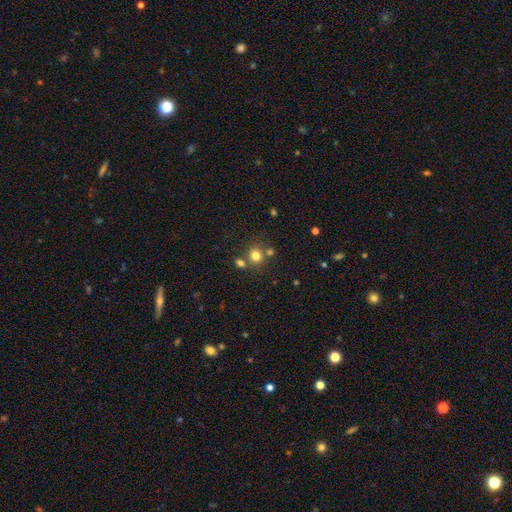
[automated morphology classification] Overall: smooth (78%). How rounded: round (80%). Merging: none (64%).